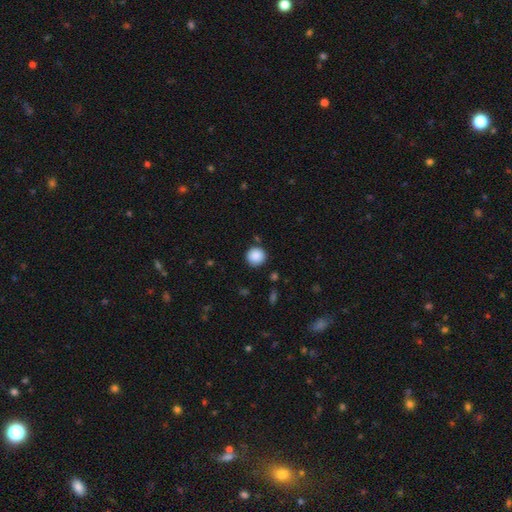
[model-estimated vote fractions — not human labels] Overall: smooth (89%). How rounded: round (94%). Merging: none (88%).